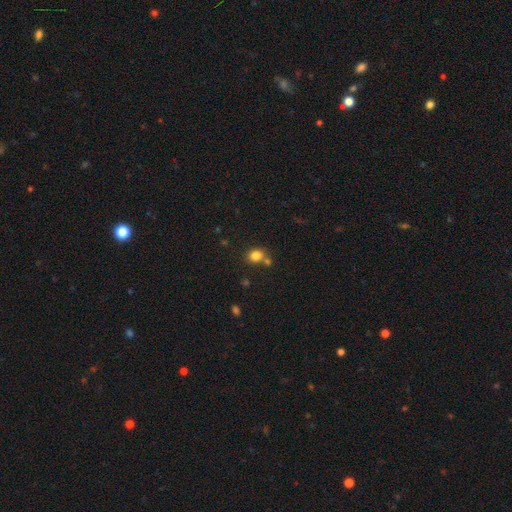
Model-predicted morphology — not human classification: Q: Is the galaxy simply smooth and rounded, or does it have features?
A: smooth — 82%.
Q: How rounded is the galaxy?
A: round — 59%.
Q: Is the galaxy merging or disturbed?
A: none — 62%.